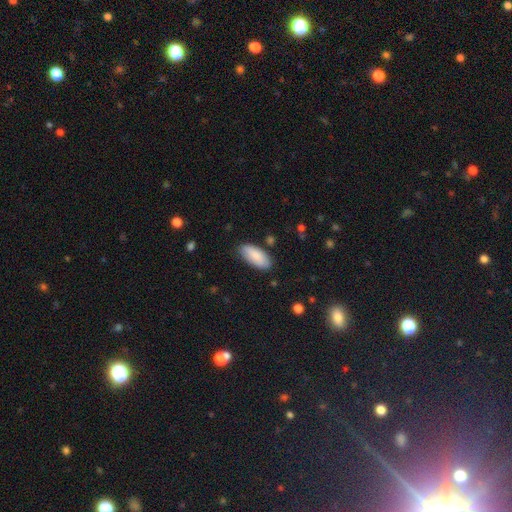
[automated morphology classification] Smooth or featured: smooth — 84% (featured or disk — 10%)
How rounded: in between — 89% (cigar-shaped — 9%)
Merging: none — 81% (minor disturbance — 14%)